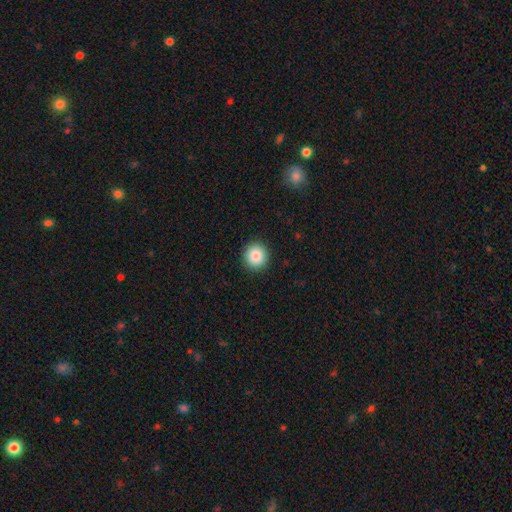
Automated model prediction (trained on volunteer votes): Smooth or featured?
  - smooth: 86% *
  - star or artifact: 9%
  - featured or disk: 5%
How rounded?
  - round: 93% *
  - in between: 6%
  - cigar-shaped: 1%
Merging?
  - none: 92% *
  - minor disturbance: 5%
  - major disturbance: 2%
  - merger: 1%